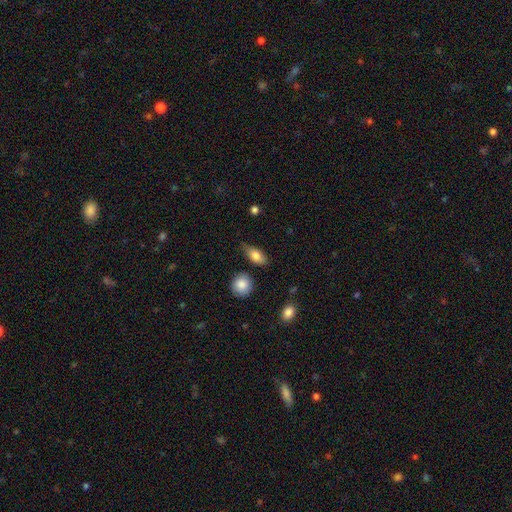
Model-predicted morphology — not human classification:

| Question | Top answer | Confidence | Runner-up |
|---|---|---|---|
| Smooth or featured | smooth | 81% | featured or disk (12%) |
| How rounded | in between | 84% | cigar-shaped (10%) |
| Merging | none | 68% | minor disturbance (23%) |